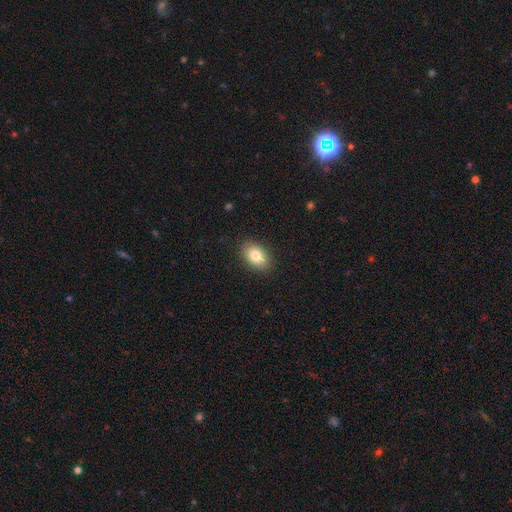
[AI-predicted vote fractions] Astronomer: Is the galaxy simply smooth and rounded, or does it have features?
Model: smooth — 82%.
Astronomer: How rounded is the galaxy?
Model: in between — 85%.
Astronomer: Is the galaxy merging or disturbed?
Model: none — 88%.